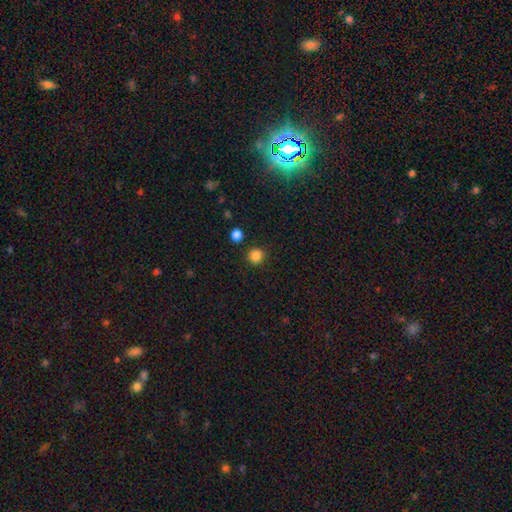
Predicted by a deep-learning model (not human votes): Smooth or featured: smooth — 85% (star or artifact — 12%)
How rounded: round — 94% (in between — 5%)
Merging: none — 90% (minor disturbance — 5%)